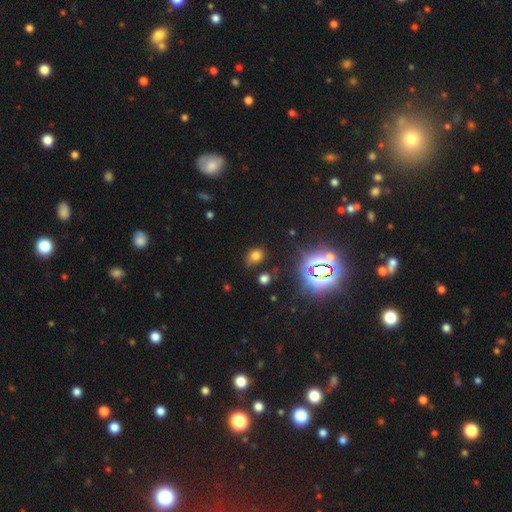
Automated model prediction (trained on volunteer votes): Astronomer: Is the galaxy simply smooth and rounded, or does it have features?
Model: smooth — 64%.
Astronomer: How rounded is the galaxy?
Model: in between — 52% (runner-up: round, 46%).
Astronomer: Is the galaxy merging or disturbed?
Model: none — 66%.